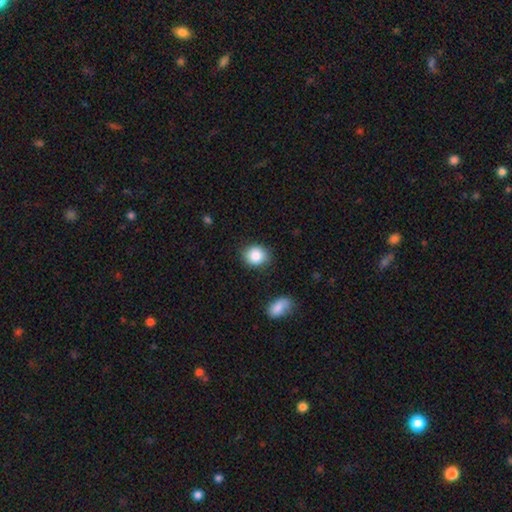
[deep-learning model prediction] Smooth or featured? Predicted: smooth (p=0.86). How rounded? Predicted: round (p=0.69). Merging? Predicted: none (p=0.83).